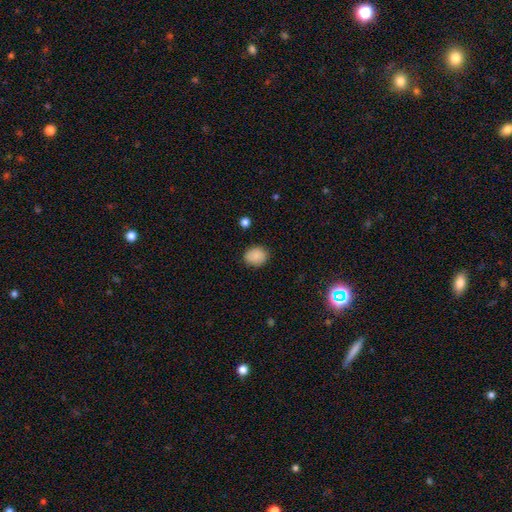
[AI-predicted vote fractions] Smooth or featured: smooth — 88% (star or artifact — 8%)
How rounded: round — 60% (in between — 40%)
Merging: none — 86% (minor disturbance — 10%)